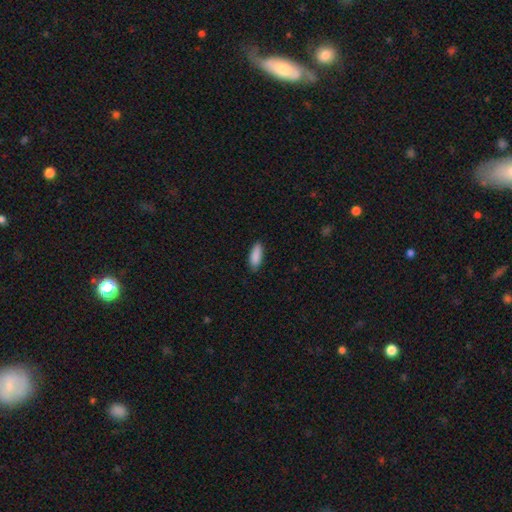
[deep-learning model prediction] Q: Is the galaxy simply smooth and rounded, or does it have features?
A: smooth — 89%.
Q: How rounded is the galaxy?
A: in between — 67%.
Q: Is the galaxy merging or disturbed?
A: none — 85%.